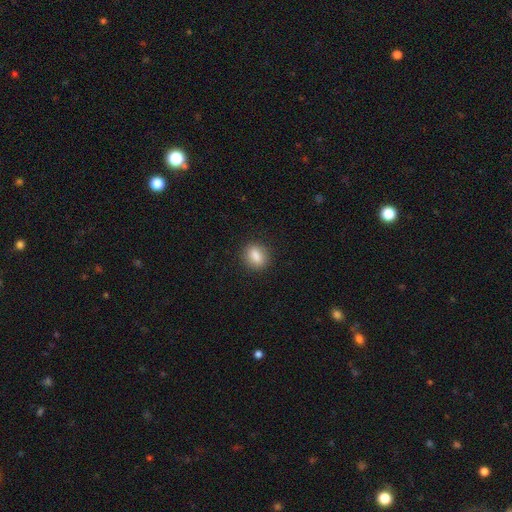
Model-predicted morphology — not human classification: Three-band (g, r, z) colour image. It shows a smooth galaxy with no disk features (84%) that is in between round and cigar-shaped (54%). Merging: none (87%).